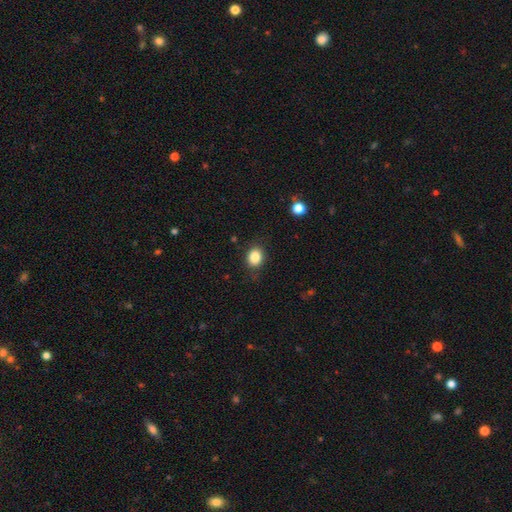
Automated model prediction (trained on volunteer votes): A smooth galaxy with no disk features (85%) that is round (58%). Merging: none (81%).